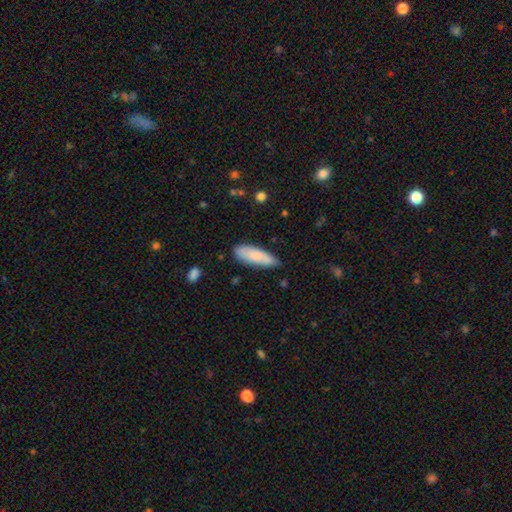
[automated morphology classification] Q: Smooth or featured?
A: smooth (81%); runner-up: featured or disk (13%)
Q: How rounded?
A: in between (57%); runner-up: cigar-shaped (42%)
Q: Merging?
A: none (73%); runner-up: minor disturbance (21%)